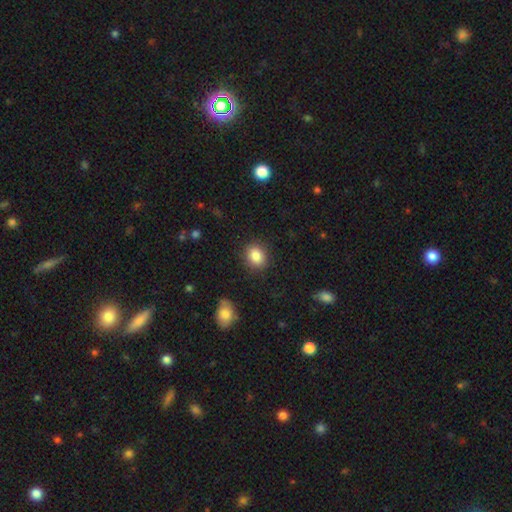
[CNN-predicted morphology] Smooth or featured? smooth (85%)
How rounded? round (52%)
Merging? none (85%)